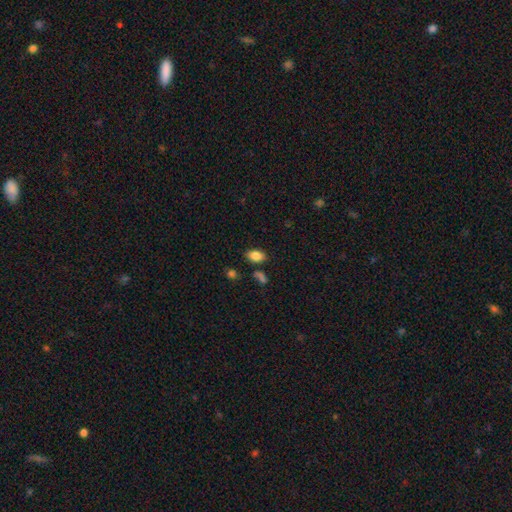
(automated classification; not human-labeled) Smooth or featured? smooth (84%)
How rounded? in between (89%)
Merging? none (79%)